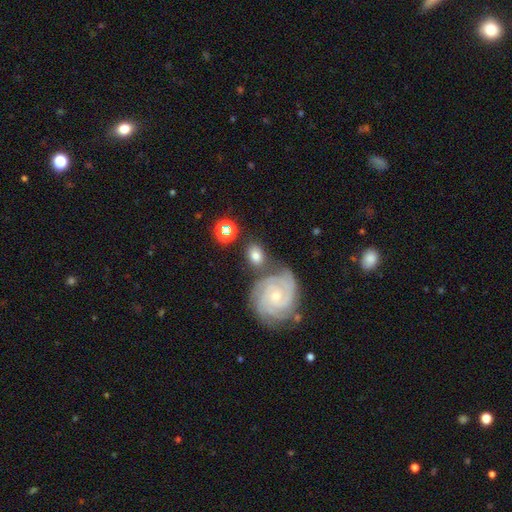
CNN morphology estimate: A smooth galaxy with no disk features (46%, tied with featured or disk). Merging: none (67%).